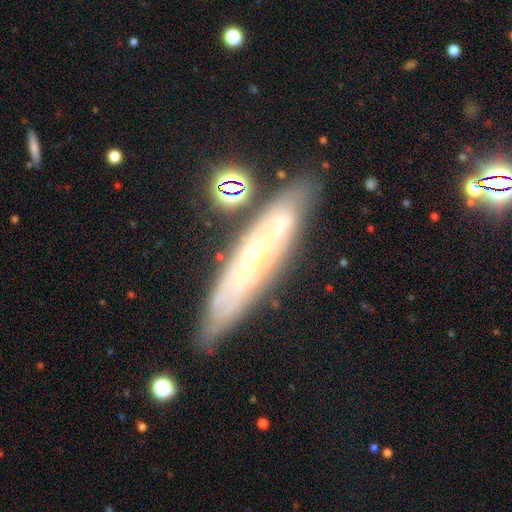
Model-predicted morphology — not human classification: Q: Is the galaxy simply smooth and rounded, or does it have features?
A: featured or disk — 71%.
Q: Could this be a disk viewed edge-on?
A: no — 61%.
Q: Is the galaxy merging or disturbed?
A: none — 80%.